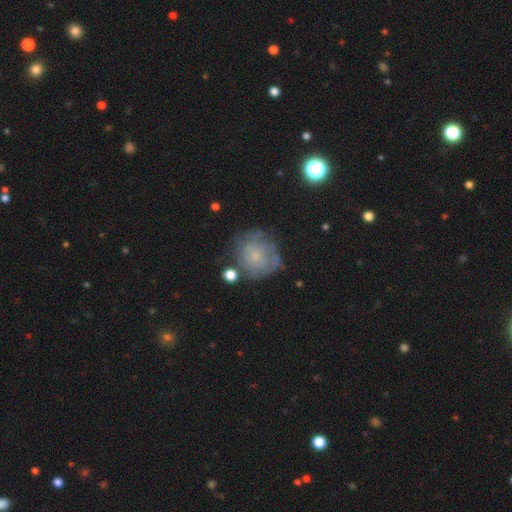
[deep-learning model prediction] A smooth galaxy with no disk features (46%).

Vote fractions:
- Smooth or featured? smooth: 46% / featured or disk: 44% / star or artifact: 10%
- Merging? none: 59% / minor disturbance: 23% / major disturbance: 12% / merger: 6%